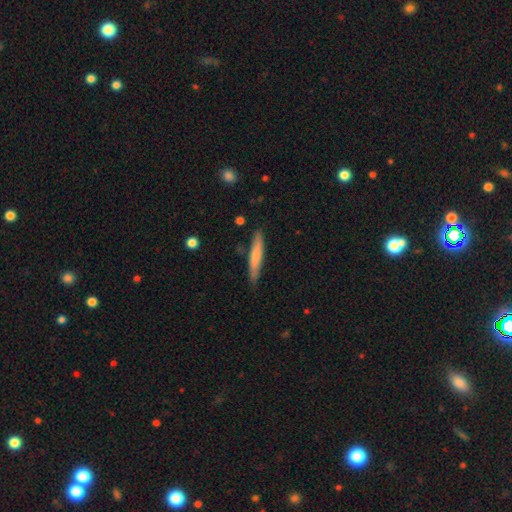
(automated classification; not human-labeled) smooth 68%, featured or disk 27%, star or artifact 5%. Down the decision tree: how rounded — cigar-shaped (92%); merging — none (84%).